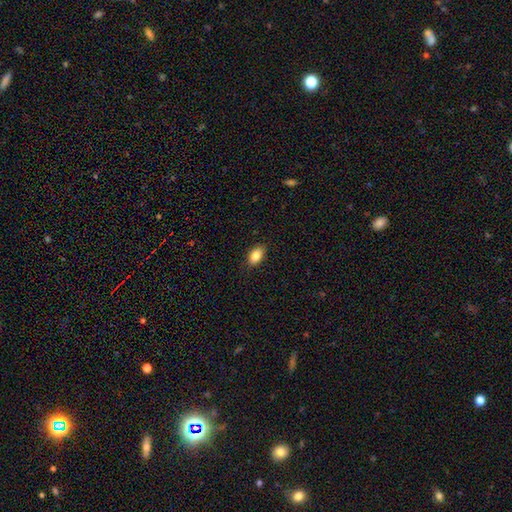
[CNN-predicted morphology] Smooth or featured? Predicted: smooth (p=0.86). How rounded? Predicted: in between (p=0.90). Merging? Predicted: none (p=0.88).